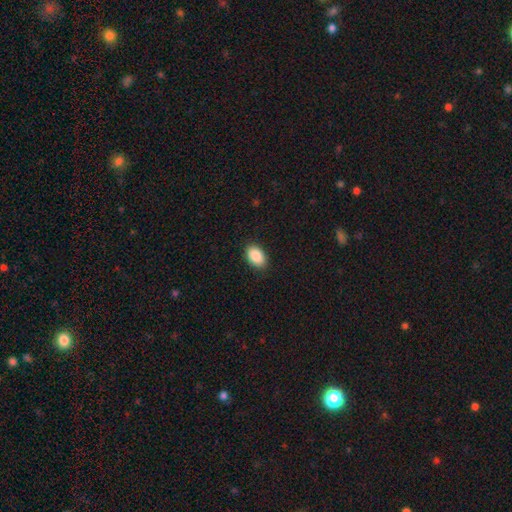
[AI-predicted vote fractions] Smooth or featured?
  - smooth: 89% *
  - star or artifact: 7%
  - featured or disk: 4%
How rounded?
  - in between: 91% *
  - round: 8%
  - cigar-shaped: 1%
Merging?
  - none: 89% *
  - minor disturbance: 8%
  - major disturbance: 2%
  - merger: 1%